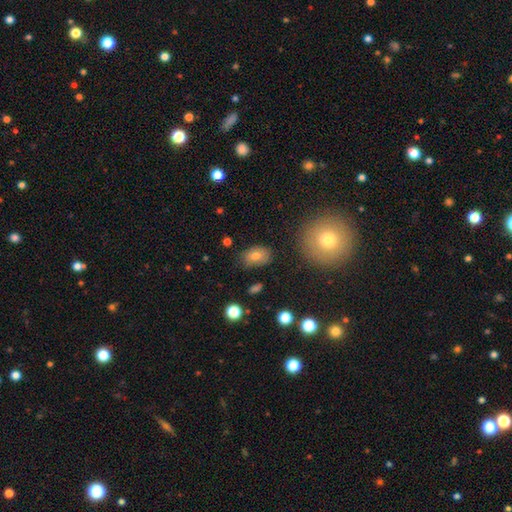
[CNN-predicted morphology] Smooth or featured? smooth (73%)
How rounded? in between (78%)
Merging? none (80%)